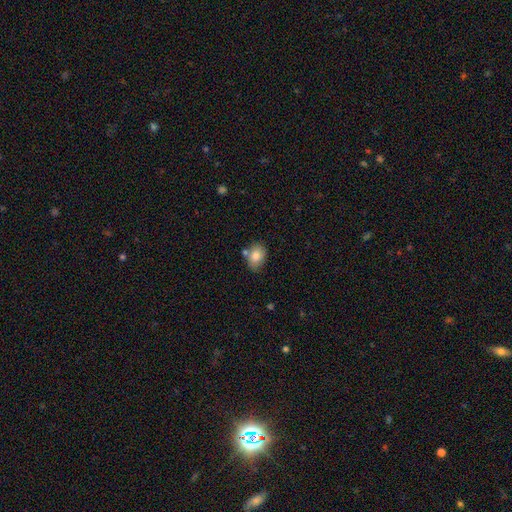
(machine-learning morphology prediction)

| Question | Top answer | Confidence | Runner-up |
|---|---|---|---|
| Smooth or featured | smooth | 79% | featured or disk (12%) |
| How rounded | in between | 72% | round (27%) |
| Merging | none | 64% | minor disturbance (19%) |